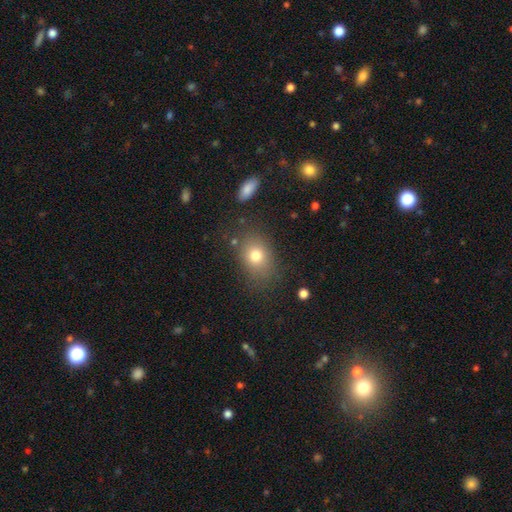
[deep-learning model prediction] Q: Smooth or featured?
A: smooth (76%); runner-up: star or artifact (12%)
Q: How rounded?
A: in between (63%); runner-up: round (36%)
Q: Merging?
A: none (77%); runner-up: minor disturbance (14%)